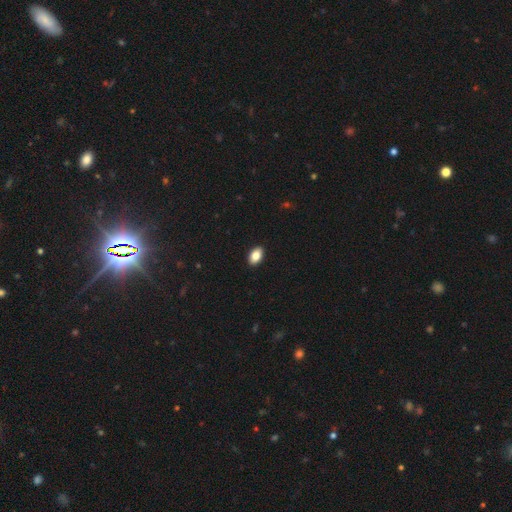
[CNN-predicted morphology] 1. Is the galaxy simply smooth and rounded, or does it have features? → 84% smooth, 8% featured or disk, 8% star or artifact.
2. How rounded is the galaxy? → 91% in between, 7% round, 2% cigar-shaped.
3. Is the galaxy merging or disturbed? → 91% none, 6% minor disturbance, 1% major disturbance, 1% merger.